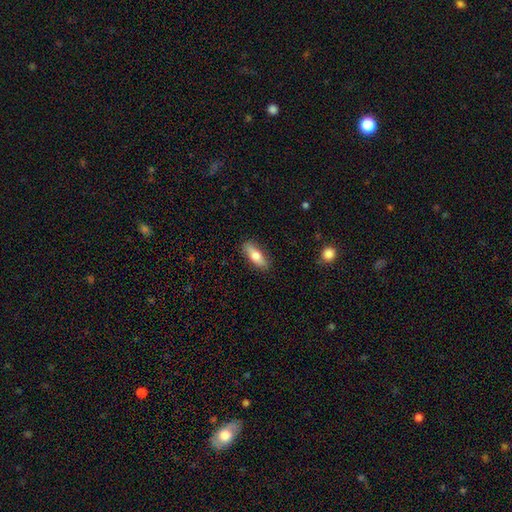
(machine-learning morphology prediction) A smooth galaxy with no disk features (70%) that is in between round and cigar-shaped (57%). Merging: none (86%).